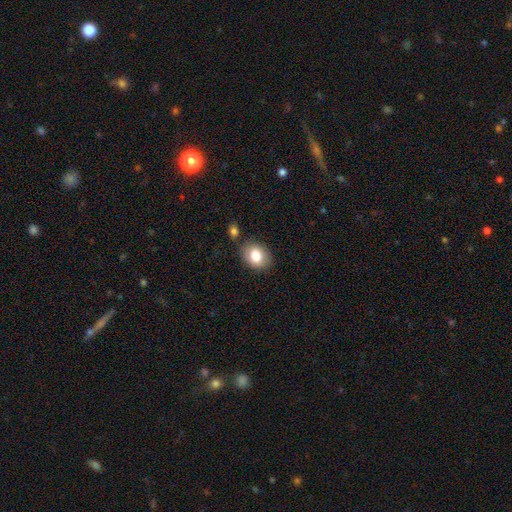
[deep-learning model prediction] A smooth galaxy with no disk features (81%) that is in between round and cigar-shaped (57%). Merging: none (79%).